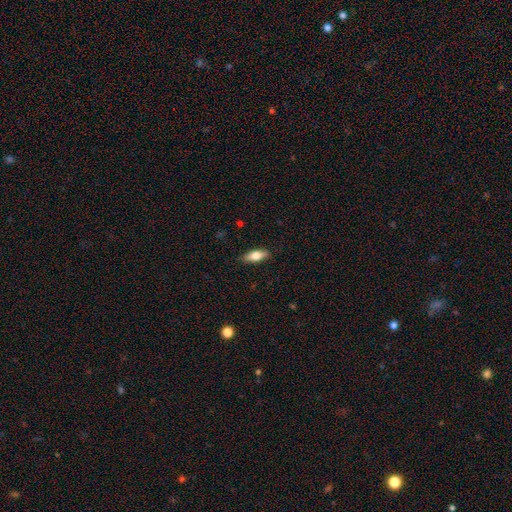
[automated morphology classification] smooth-or-featured: smooth: 71% | featured or disk: 23% | star or artifact: 6%
  how-rounded: in between: 70% | cigar-shaped: 27% | round: 3%
  merging: none: 87% | minor disturbance: 10% | major disturbance: 2% | merger: 1%